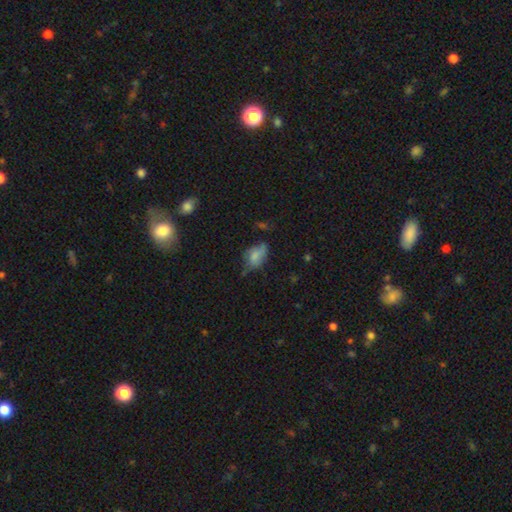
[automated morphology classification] Overall: smooth (68%). How rounded: in between (86%). Merging: none (38%; minor disturbance 37%).